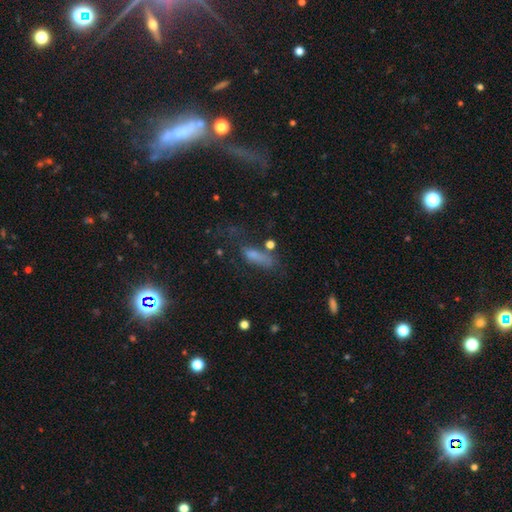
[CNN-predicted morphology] smooth-or-featured: smooth: 63% | featured or disk: 20% | star or artifact: 17%
  how-rounded: in between: 50% | cigar-shaped: 45% | round: 5%
  merging: none: 39% | major disturbance: 28% | minor disturbance: 24% | merger: 9%